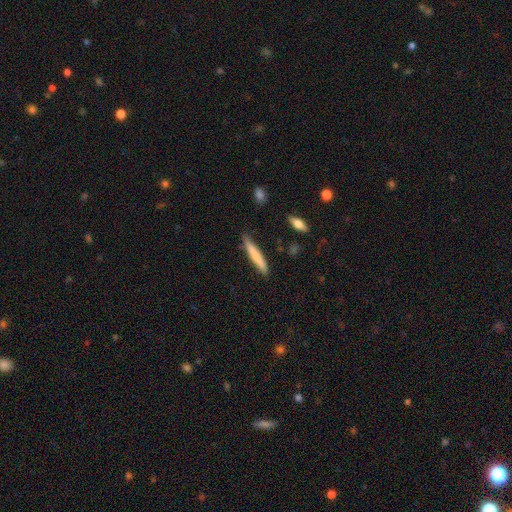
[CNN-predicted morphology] smooth_or_featured: smooth (p=0.73) [alt: featured or disk p=0.21]
how_rounded: cigar-shaped (p=0.93) [alt: in between p=0.05]
merging: none (p=0.84) [alt: minor disturbance p=0.13]